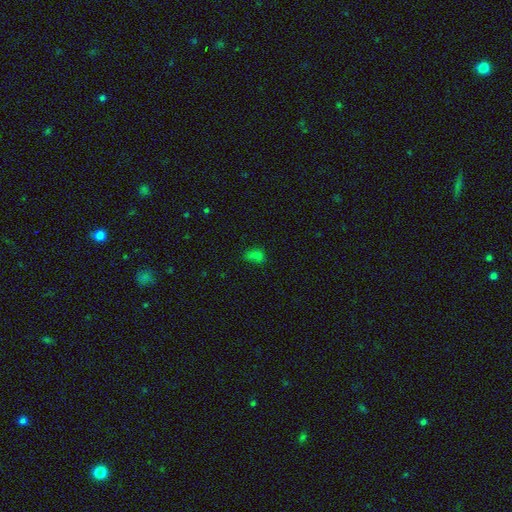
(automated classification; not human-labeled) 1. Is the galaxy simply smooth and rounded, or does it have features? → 61% smooth, 30% star or artifact, 9% featured or disk.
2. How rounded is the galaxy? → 77% in between, 18% round, 5% cigar-shaped.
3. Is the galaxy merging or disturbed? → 48% none, 24% minor disturbance, 16% major disturbance, 12% merger.